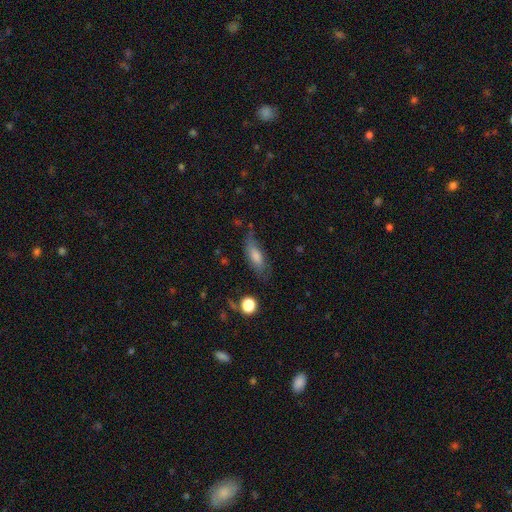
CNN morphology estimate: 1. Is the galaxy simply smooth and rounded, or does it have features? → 60% smooth, 30% featured or disk, 10% star or artifact.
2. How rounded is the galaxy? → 67% in between, 28% cigar-shaped, 4% round.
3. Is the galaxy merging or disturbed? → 62% none, 26% minor disturbance, 9% major disturbance, 3% merger.